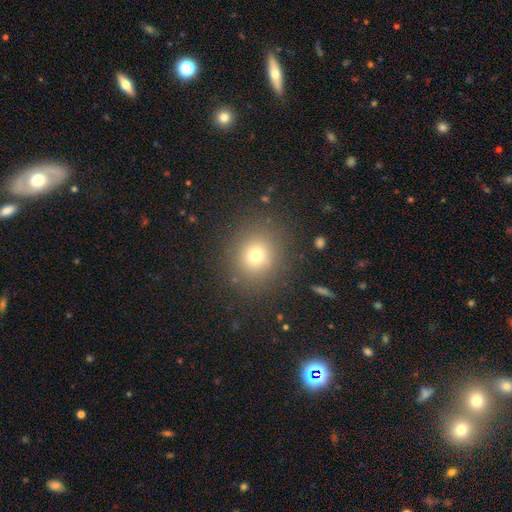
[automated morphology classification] Smooth or featured? smooth (73%)
How rounded? round (83%)
Merging? none (87%)